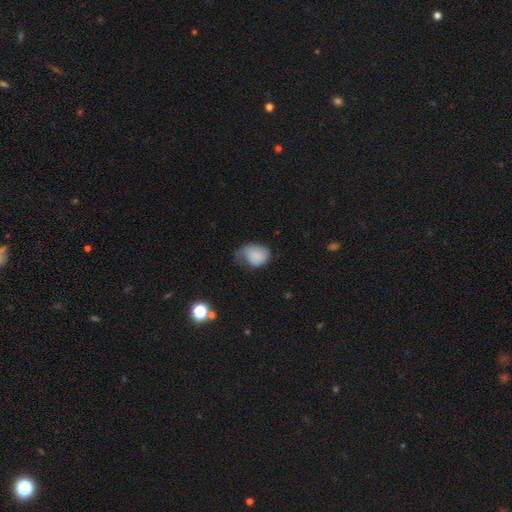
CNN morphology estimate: type=smooth (78%); roundness=in between (53%); merging=minor disturbance (38%).